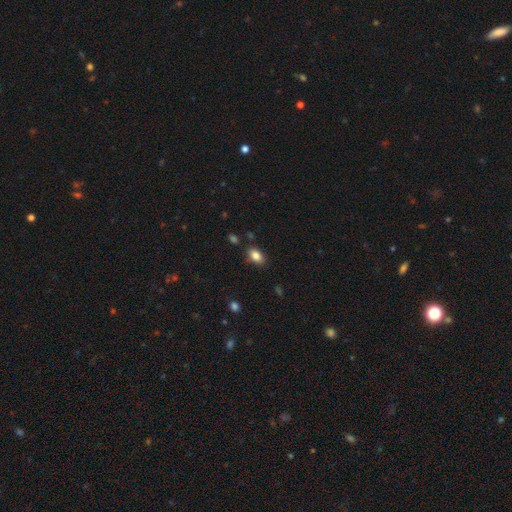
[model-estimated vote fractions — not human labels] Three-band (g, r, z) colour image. It shows a smooth galaxy with no disk features (85%) that is in between round and cigar-shaped (88%). Merging: none (81%).